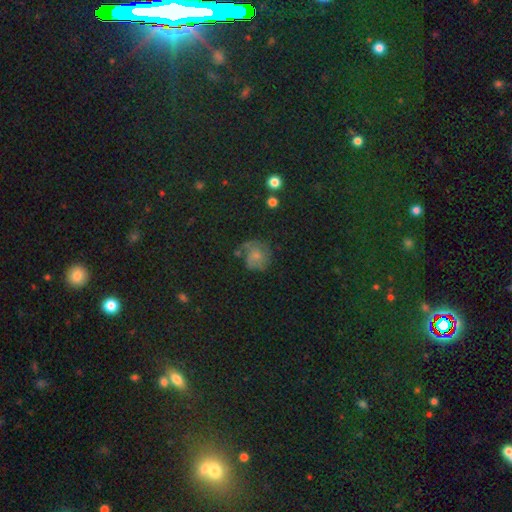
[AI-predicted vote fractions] This is possibly a smooth galaxy (47%). Merging: possibly none (49%).